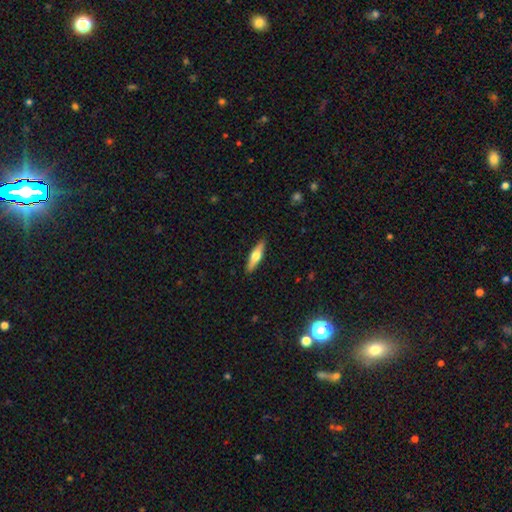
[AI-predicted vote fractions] Overall: featured or disk (48%; smooth 46%). Merging: none (89%).